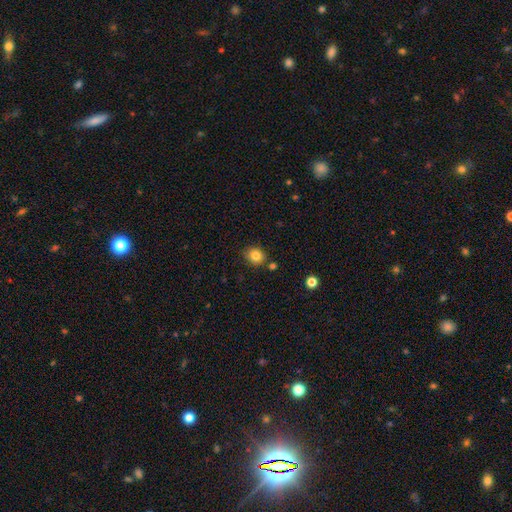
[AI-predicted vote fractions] Smooth or featured: smooth — 83% (star or artifact — 11%)
How rounded: round — 74% (in between — 25%)
Merging: none — 81% (minor disturbance — 11%)